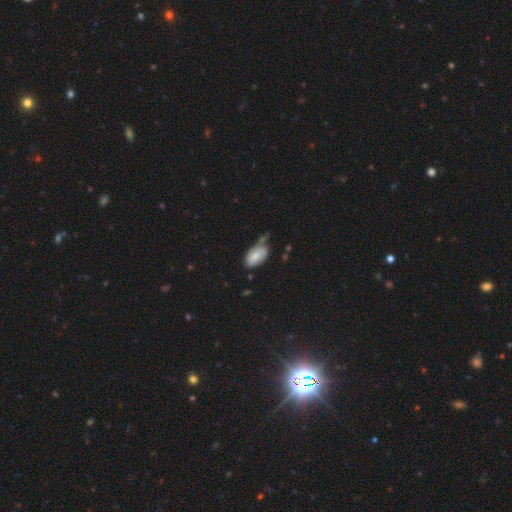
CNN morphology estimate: This is likely a smooth galaxy (73%). How rounded: clearly in between (94%). Merging: marginally none (41%).